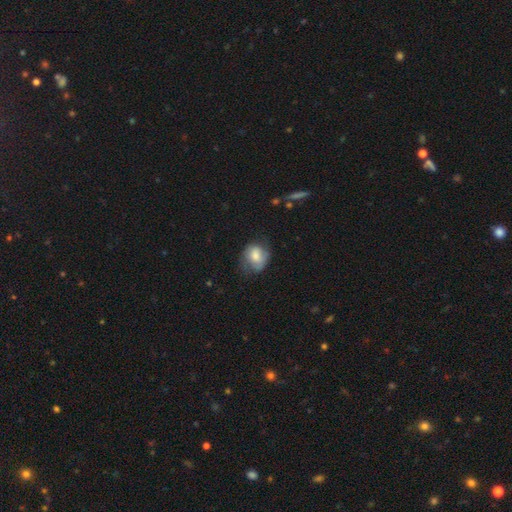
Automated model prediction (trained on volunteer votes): Morphology: type=smooth (69%); roundness=in between (50%); merging=none (48%).